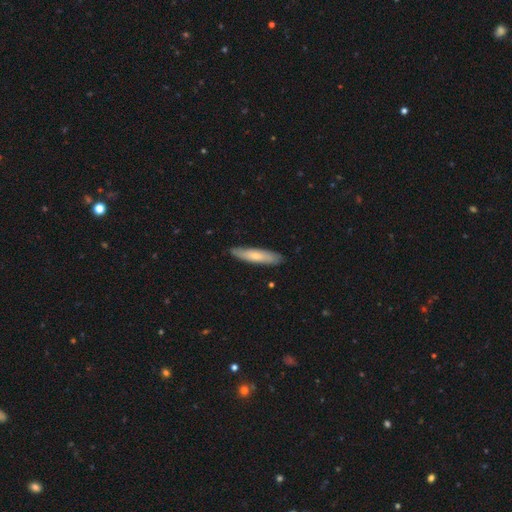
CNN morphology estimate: Smooth or featured? Predicted: smooth (p=0.61). How rounded? Predicted: cigar-shaped (p=0.79). Merging? Predicted: none (p=0.84).